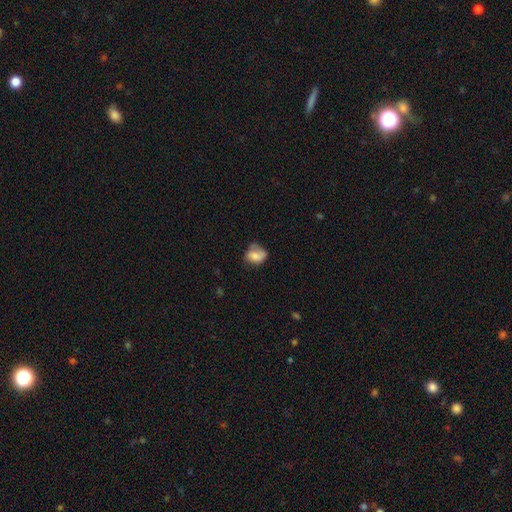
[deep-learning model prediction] Overall: smooth (72%). How rounded: in between (51%; round 47%). Merging: none (42%; minor disturbance 34%).